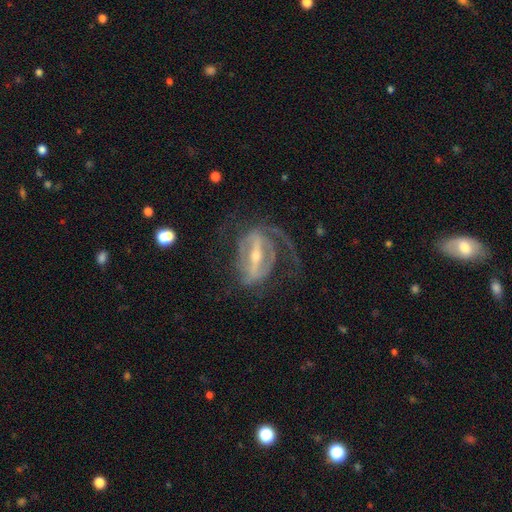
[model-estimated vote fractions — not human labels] Smooth or featured? Predicted: featured or disk (p=0.87). Edge-on disk? Predicted: no (p=0.88). Bar? Predicted: strong (p=0.75). Spiral arms? Predicted: yes (p=0.84). Spiral winding? Predicted: medium (p=0.42). Spiral arm count? Predicted: 2 (p=0.57). Bulge size? Predicted: small (p=0.50). Merging? Predicted: none (p=0.53).